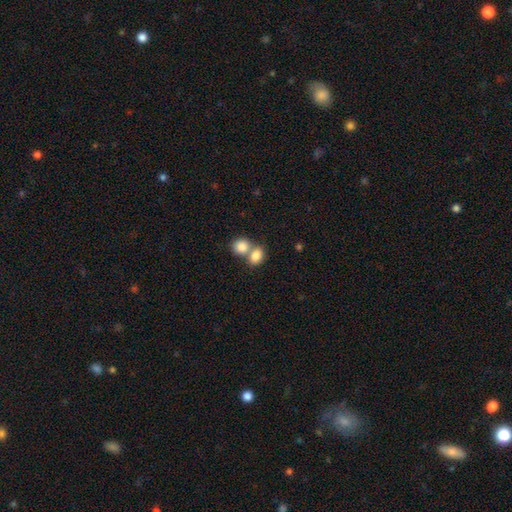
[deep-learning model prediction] Smooth or featured? smooth (83%)
How rounded? in between (60%)
Merging? merger (57%)